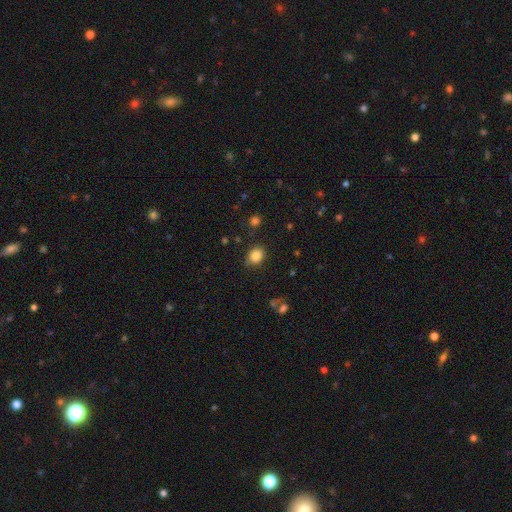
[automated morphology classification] Smooth or featured: smooth — 85% (star or artifact — 10%)
How rounded: round — 53% (in between — 46%)
Merging: none — 78% (minor disturbance — 16%)